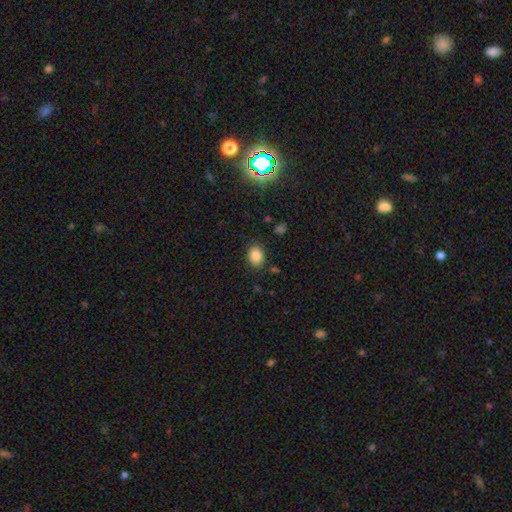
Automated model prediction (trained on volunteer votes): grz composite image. It shows a smooth galaxy with no disk features (85%) that is in between round and cigar-shaped (65%). Merging: none (83%).